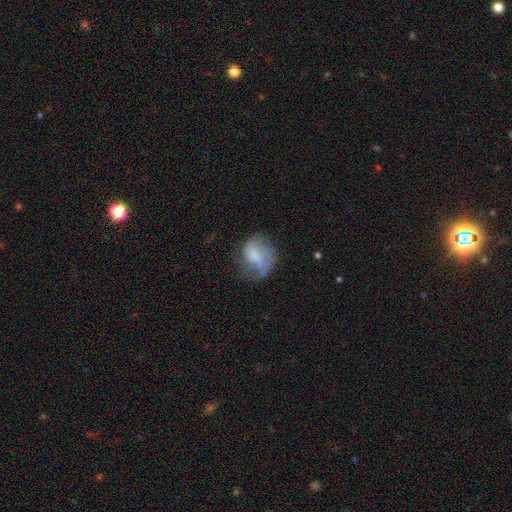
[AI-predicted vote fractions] Morphology: type=smooth (49%); merging=none (41%).